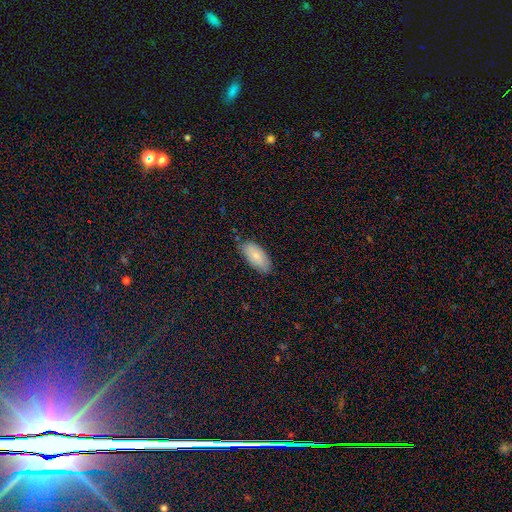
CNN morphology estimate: smooth-or-featured: smooth: 81% | featured or disk: 13% | star or artifact: 6%
  how-rounded: in between: 91% | cigar-shaped: 7% | round: 2%
  merging: none: 79% | minor disturbance: 17% | major disturbance: 3% | merger: 1%